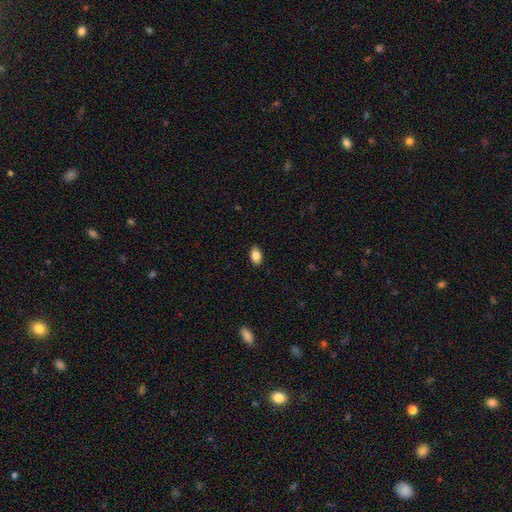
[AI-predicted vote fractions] Smooth or featured? smooth (87%)
How rounded? in between (88%)
Merging? none (89%)